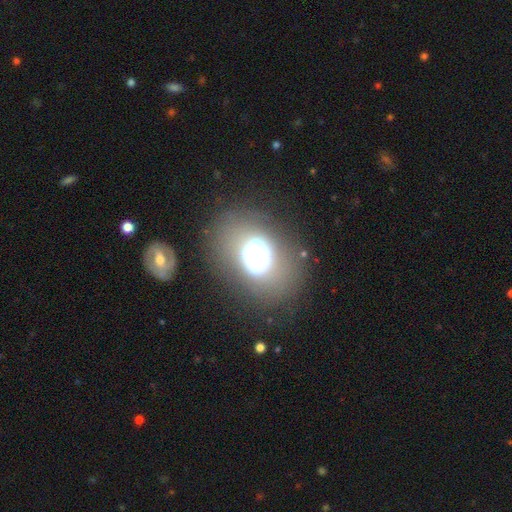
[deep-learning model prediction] Smooth or featured: smooth — 53% (featured or disk — 27%)
How rounded: in between — 65% (round — 33%)
Merging: none — 59% (minor disturbance — 17%)